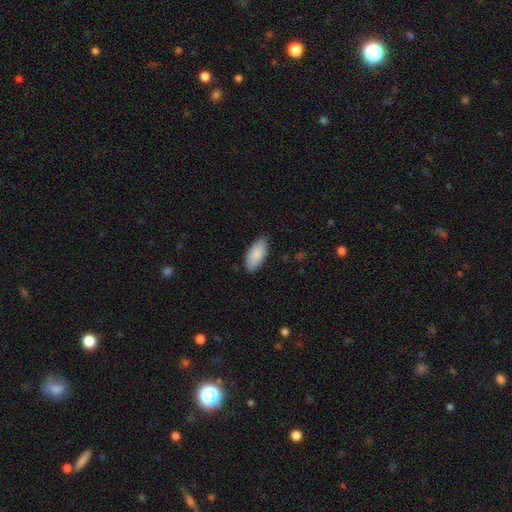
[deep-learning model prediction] Smooth or featured?
  - smooth: 89% *
  - star or artifact: 6%
  - featured or disk: 5%
How rounded?
  - in between: 91% *
  - cigar-shaped: 7%
  - round: 2%
Merging?
  - none: 86% *
  - minor disturbance: 11%
  - major disturbance: 2%
  - merger: 1%